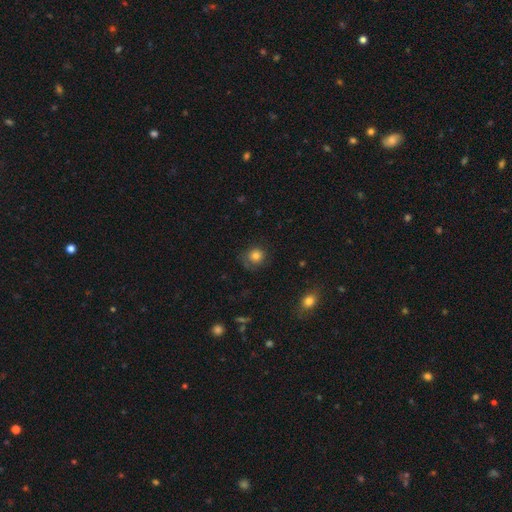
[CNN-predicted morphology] smooth_or_featured: smooth (p=0.77) [alt: star or artifact p=0.12]
how_rounded: round (p=0.85) [alt: in between p=0.14]
merging: none (p=0.68) [alt: minor disturbance p=0.21]